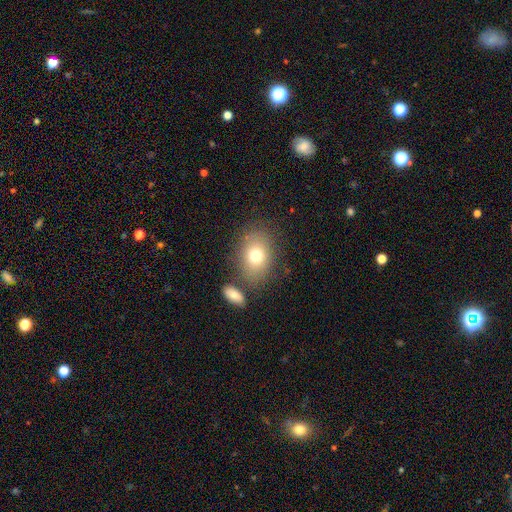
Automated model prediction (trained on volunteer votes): smooth_or_featured: smooth (p=0.75) [alt: featured or disk p=0.15]
how_rounded: in between (p=0.66) [alt: round p=0.33]
merging: none (p=0.74) [alt: minor disturbance p=0.13]